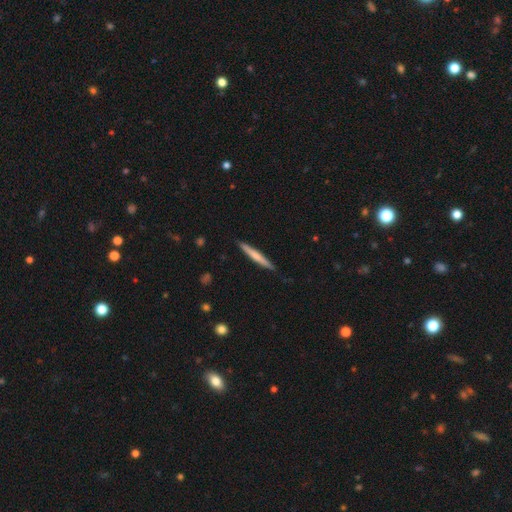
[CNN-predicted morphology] This is possibly a smooth galaxy (59%). How rounded: clearly cigar-shaped (96%). Merging: clearly none (90%).